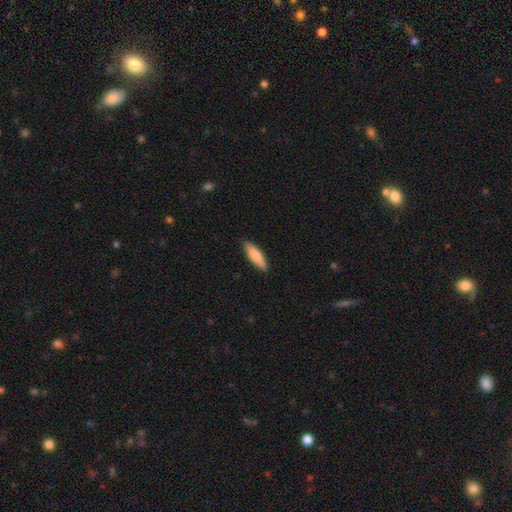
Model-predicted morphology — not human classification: This is clearly a smooth galaxy (81%). How rounded: possibly cigar-shaped (60%). Merging: clearly none (88%).